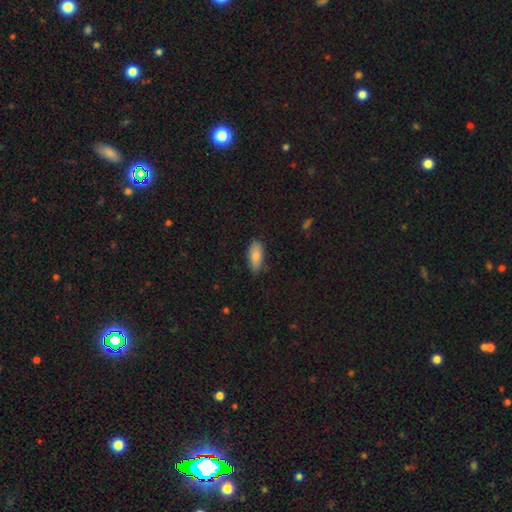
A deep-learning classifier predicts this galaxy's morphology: Smooth or featured?
  - smooth: 84% *
  - featured or disk: 9%
  - star or artifact: 7%
How rounded?
  - in between: 86% *
  - cigar-shaped: 12%
  - round: 2%
Merging?
  - none: 78% *
  - minor disturbance: 18%
  - major disturbance: 3%
  - merger: 1%